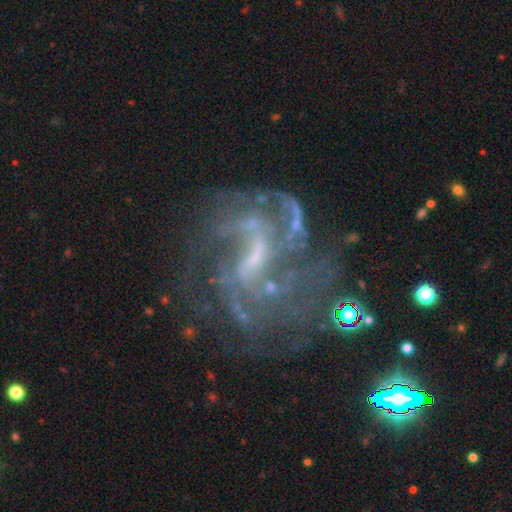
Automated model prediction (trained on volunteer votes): This is clearly a featured or disk galaxy (82%). It is clearly not viewed edge-on (97%). Bar: possibly weak (49%). Spiral arm pattern: clearly yes (86%). Spiral arm count: marginally can't tell (36%). Spiral winding: marginally medium (44%). Central bulge: marginally small (42%). Merging: possibly none (53%).